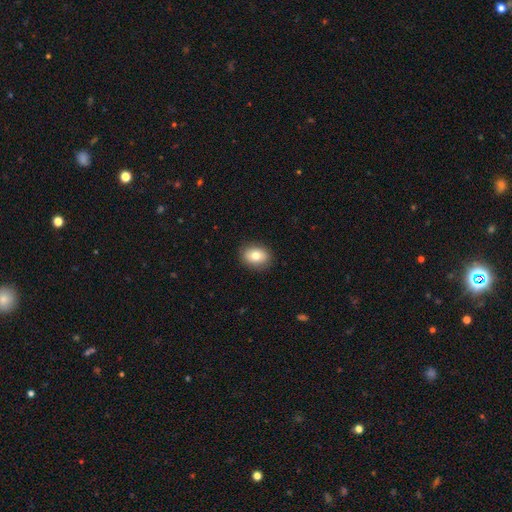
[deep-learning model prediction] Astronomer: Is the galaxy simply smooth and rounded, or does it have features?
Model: smooth — 80%.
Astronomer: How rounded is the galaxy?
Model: in between — 63%.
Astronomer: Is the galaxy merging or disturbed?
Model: none — 88%.